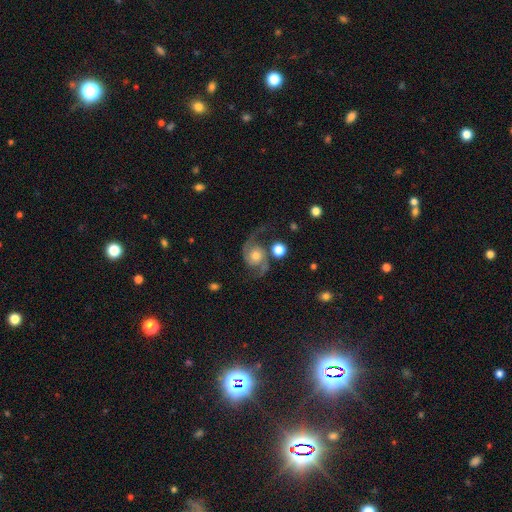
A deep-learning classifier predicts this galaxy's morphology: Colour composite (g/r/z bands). It shows a featured or disk galaxy (88%) with no bar (74%), 2 (94%) loose (49%) spiral arms (97%) and a moderate central bulge (57%). Merging: none (70%).